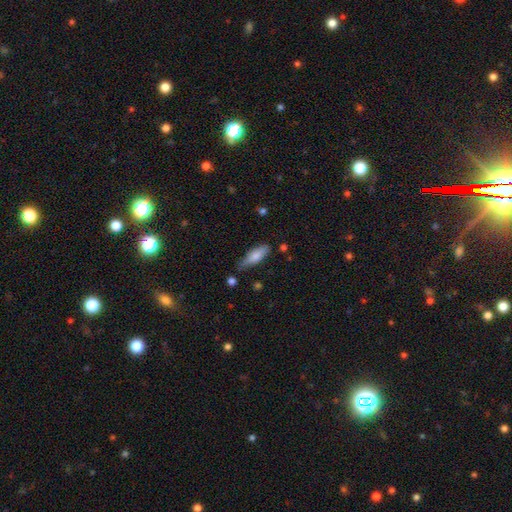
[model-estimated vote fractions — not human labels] The model was most divided on "how rounded": in between: 53%, cigar-shaped: 45%, round: 2%. More confident: smooth or featured — smooth (76%); merging — none (71%).